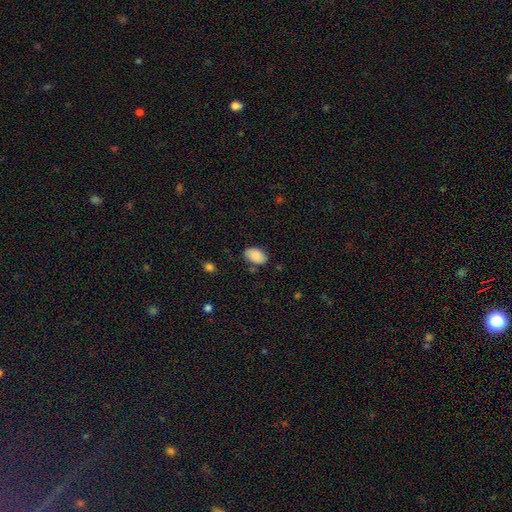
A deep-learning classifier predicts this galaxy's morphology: A smooth galaxy with no disk features (88%) that is in between round and cigar-shaped (90%).

Vote fractions:
- Smooth or featured? smooth: 88% / star or artifact: 7% / featured or disk: 5%
- How rounded? in between: 90% / round: 9% / cigar-shaped: 1%
- Merging? none: 78% / minor disturbance: 15% / major disturbance: 4% / merger: 3%